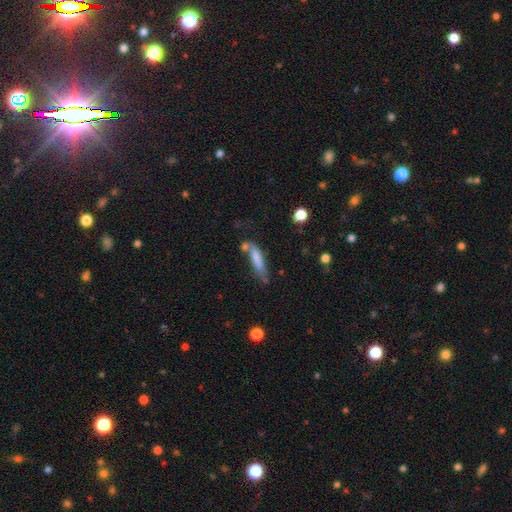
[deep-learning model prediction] A smooth galaxy with no disk features (71%) that is cigar-shaped (74%). Merging: none (45%).